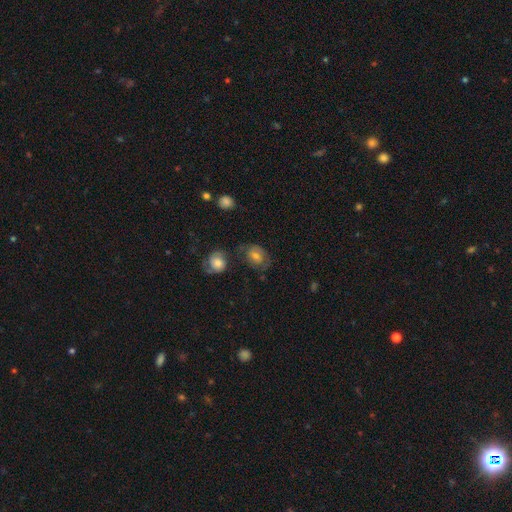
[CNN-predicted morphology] Smooth or featured?
  - smooth: 51% *
  - featured or disk: 37%
  - star or artifact: 12%
How rounded?
  - in between: 59% *
  - round: 39%
  - cigar-shaped: 1%
Merging?
  - none: 59% *
  - minor disturbance: 20%
  - major disturbance: 11%
  - merger: 10%